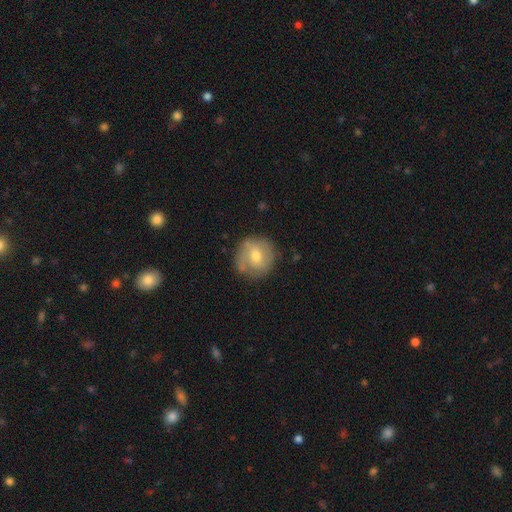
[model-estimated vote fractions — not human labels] This appears to be a smooth galaxy with no disk features (49%). Merging: none (74%).